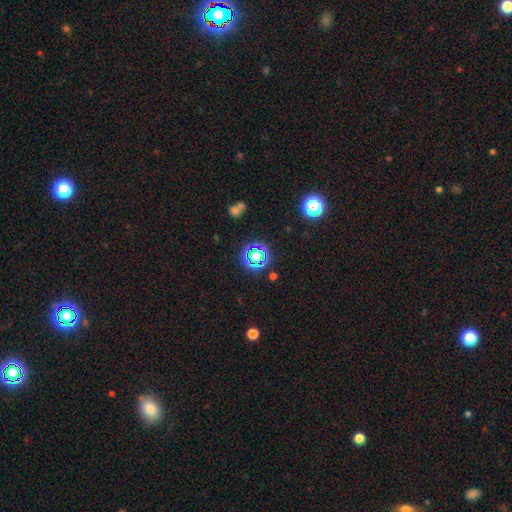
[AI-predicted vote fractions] Q: Smooth or featured?
A: star or artifact (58%); runner-up: smooth (31%)